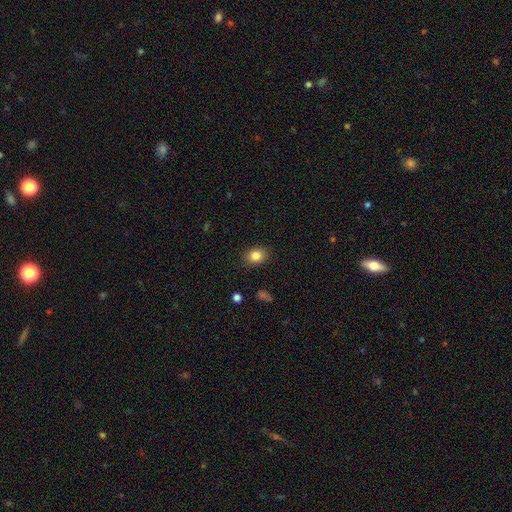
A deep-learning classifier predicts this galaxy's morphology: Q: Smooth or featured?
A: smooth (83%); runner-up: star or artifact (10%)
Q: How rounded?
A: in between (60%); runner-up: round (39%)
Q: Merging?
A: none (86%); runner-up: minor disturbance (10%)